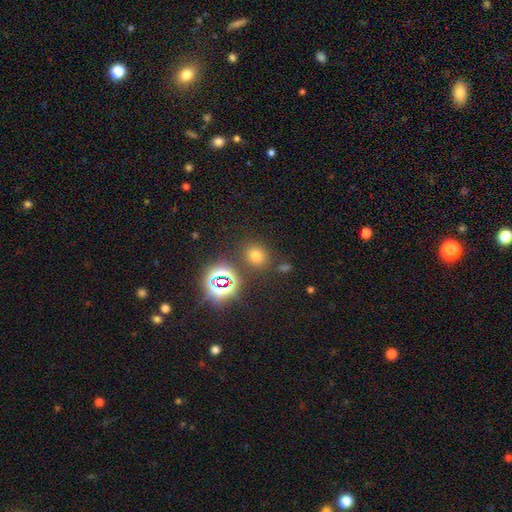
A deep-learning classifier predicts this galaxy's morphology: This appears to be a smooth galaxy with no disk features (64%) that is round (73%). Merging: none (83%).